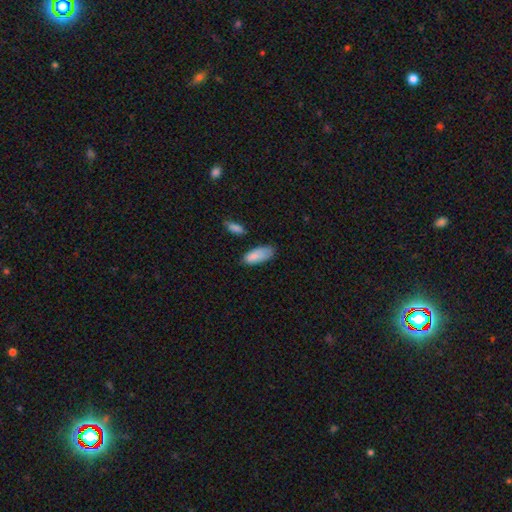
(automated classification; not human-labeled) Smooth or featured? Predicted: smooth (p=0.86). How rounded? Predicted: in between (p=0.84). Merging? Predicted: none (p=0.59).